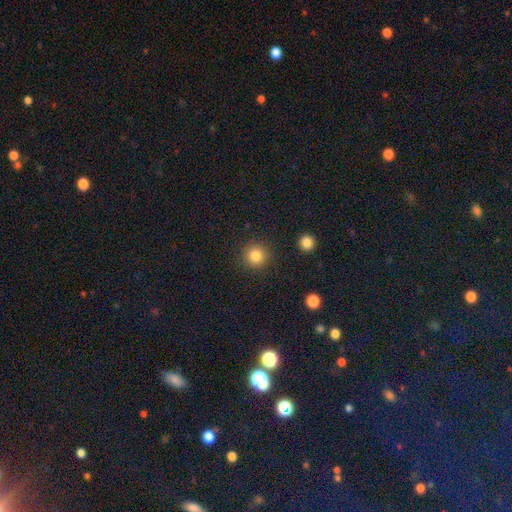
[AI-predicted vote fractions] Smooth or featured?
  - smooth: 83% *
  - star or artifact: 12%
  - featured or disk: 6%
How rounded?
  - round: 95% *
  - in between: 4%
  - cigar-shaped: 1%
Merging?
  - none: 90% *
  - minor disturbance: 6%
  - major disturbance: 2%
  - merger: 2%